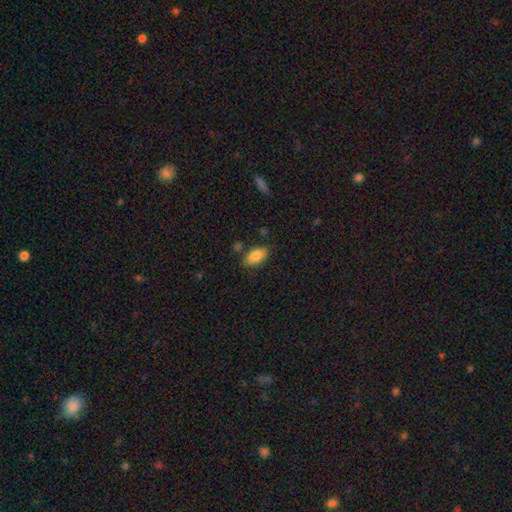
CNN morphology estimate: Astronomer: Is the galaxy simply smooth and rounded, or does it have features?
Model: smooth — 84%.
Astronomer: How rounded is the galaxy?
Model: in between — 92%.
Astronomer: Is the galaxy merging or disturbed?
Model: none — 79%.